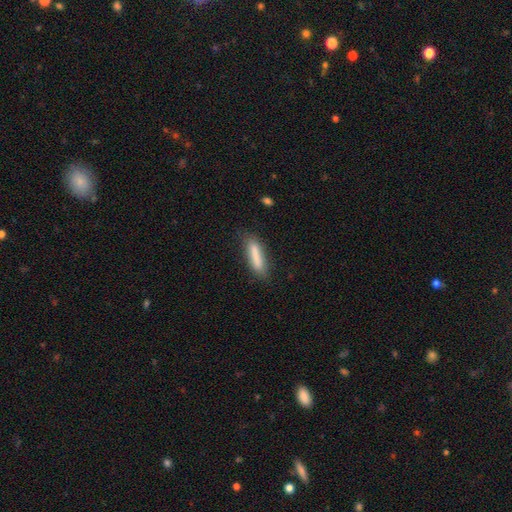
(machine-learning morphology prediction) Smooth or featured? Predicted: smooth (p=0.82). How rounded? Predicted: cigar-shaped (p=0.70). Merging? Predicted: none (p=0.74).